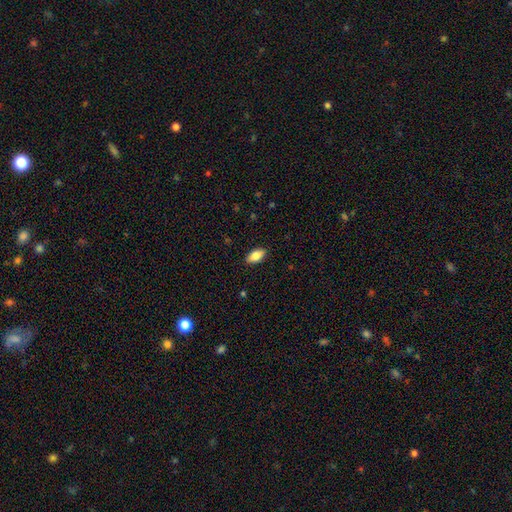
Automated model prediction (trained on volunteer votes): Smooth or featured? smooth (81%)
How rounded? in between (90%)
Merging? none (89%)